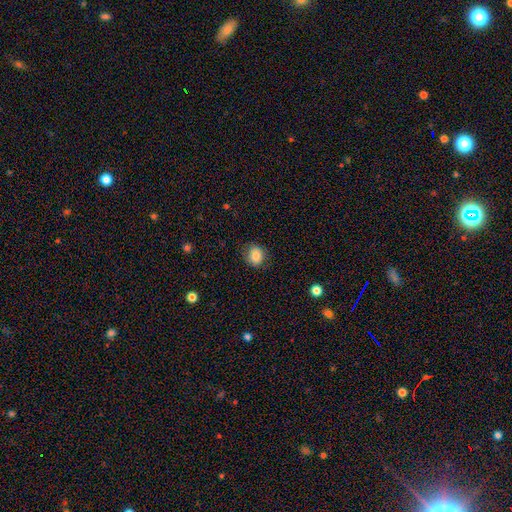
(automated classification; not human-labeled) smooth_or_featured: smooth (p=0.84) [alt: star or artifact p=0.09]
how_rounded: round (p=0.66) [alt: in between p=0.33]
merging: none (p=0.82) [alt: minor disturbance p=0.14]